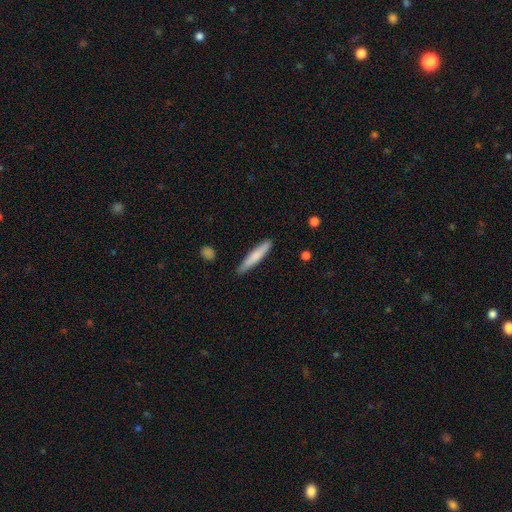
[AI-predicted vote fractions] Overall: smooth (75%). How rounded: cigar-shaped (92%). Merging: none (86%).